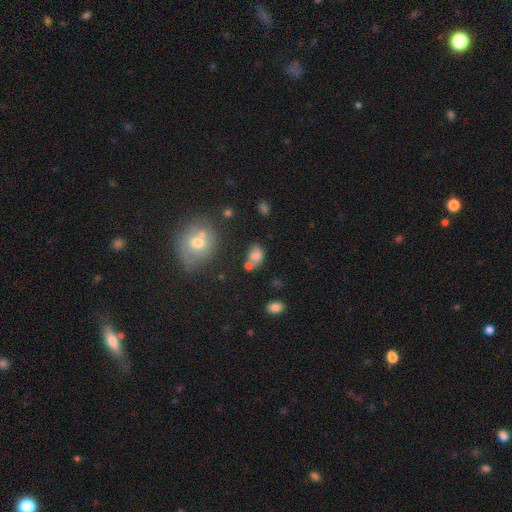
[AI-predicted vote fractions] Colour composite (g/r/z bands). It shows a smooth galaxy with no disk features (75%) that is in between round and cigar-shaped (71%). Merging: none (45%).